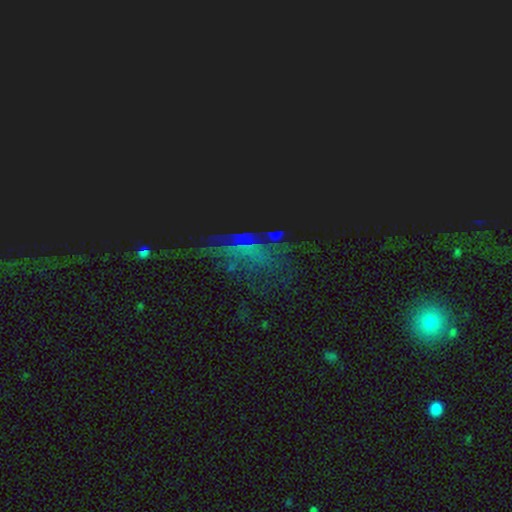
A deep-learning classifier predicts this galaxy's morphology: The model was most divided on "smooth or featured": star or artifact: 56%, smooth: 22%, featured or disk: 22%.